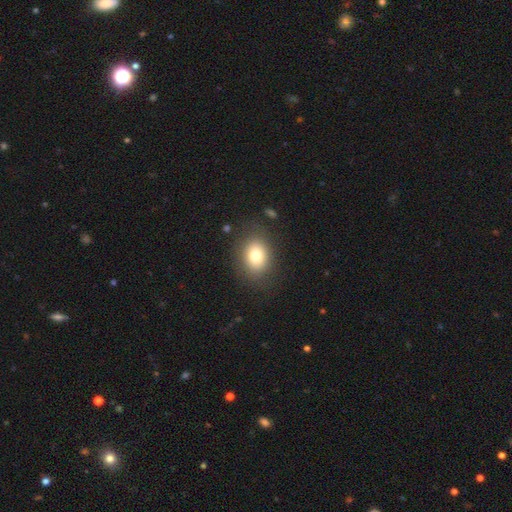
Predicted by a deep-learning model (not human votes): Morphology: type=smooth (78%); roundness=in between (61%); merging=none (82%).